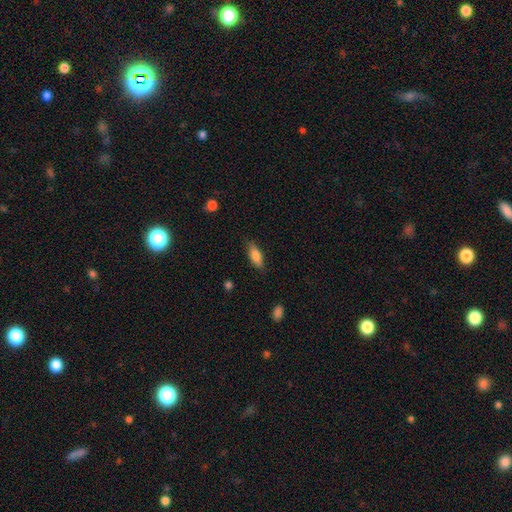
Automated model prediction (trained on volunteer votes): smooth 82%, featured or disk 11%, star or artifact 7%. Down the decision tree: how rounded — in between (73%); merging — none (81%).